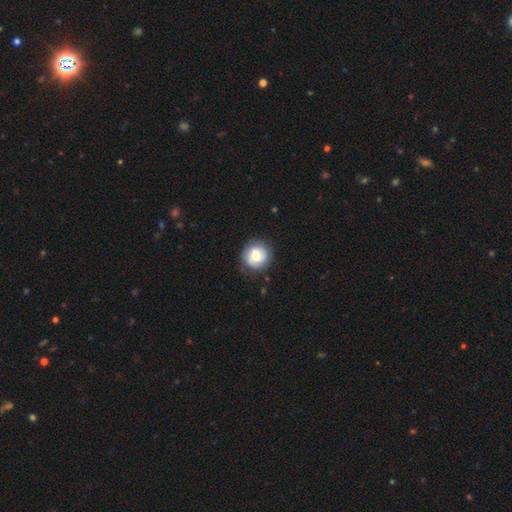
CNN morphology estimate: Smooth or featured?
  - smooth: 60% *
  - featured or disk: 33%
  - star or artifact: 8%
How rounded?
  - round: 92% *
  - in between: 7%
  - cigar-shaped: 1%
Merging?
  - none: 82% *
  - minor disturbance: 13%
  - major disturbance: 4%
  - merger: 1%